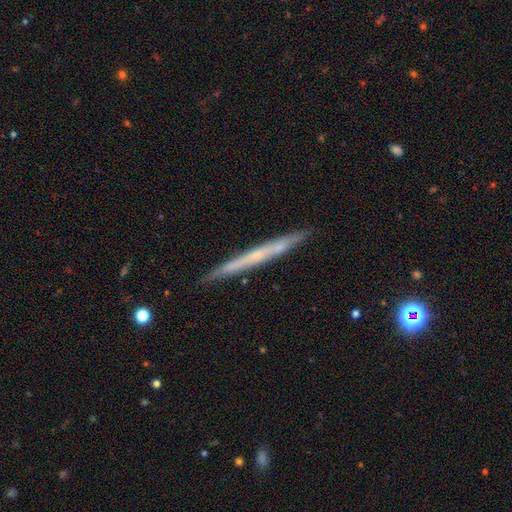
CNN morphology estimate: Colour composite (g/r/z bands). It shows a featured or disk galaxy (55%) viewed edge-on (96%) with no central bulge (81%). Merging: none (89%).